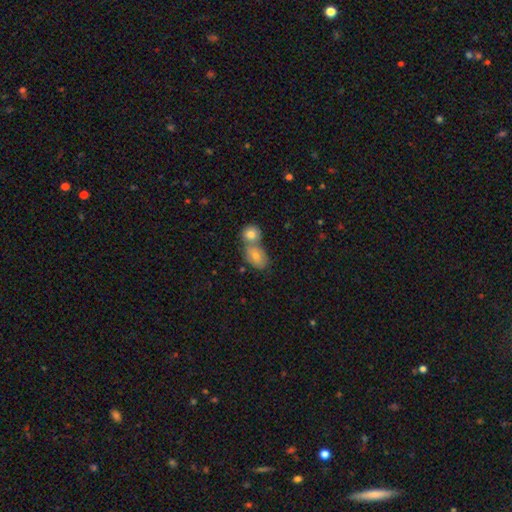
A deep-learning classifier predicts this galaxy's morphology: Q: Smooth or featured?
A: smooth (78%); runner-up: featured or disk (14%)
Q: How rounded?
A: in between (79%); runner-up: round (19%)
Q: Merging?
A: merger (56%); runner-up: none (32%)